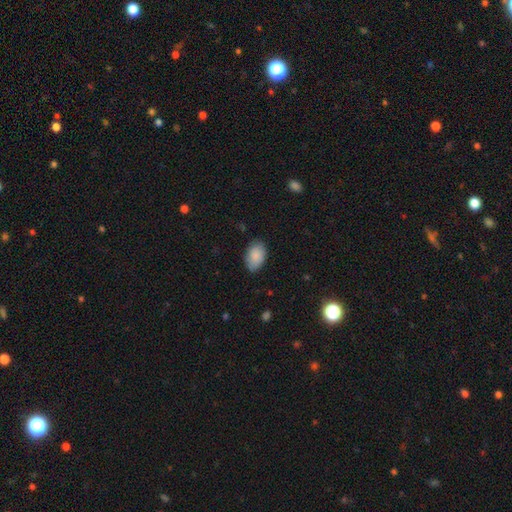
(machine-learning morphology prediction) A smooth galaxy with no disk features (89%) that is in between round and cigar-shaped (92%). Merging: none (82%).